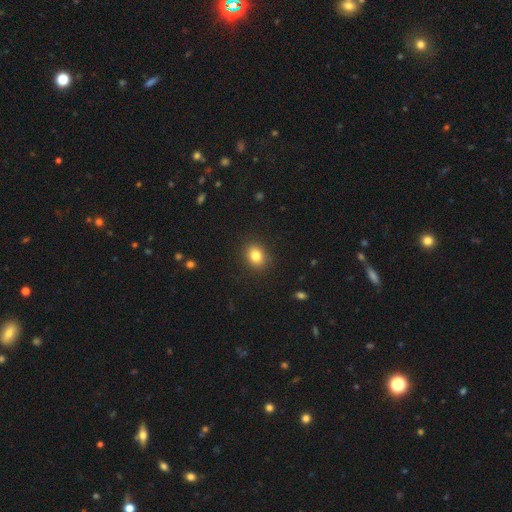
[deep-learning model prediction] Smooth or featured: smooth — 83% (star or artifact — 11%)
How rounded: round — 58% (in between — 42%)
Merging: none — 89% (minor disturbance — 8%)